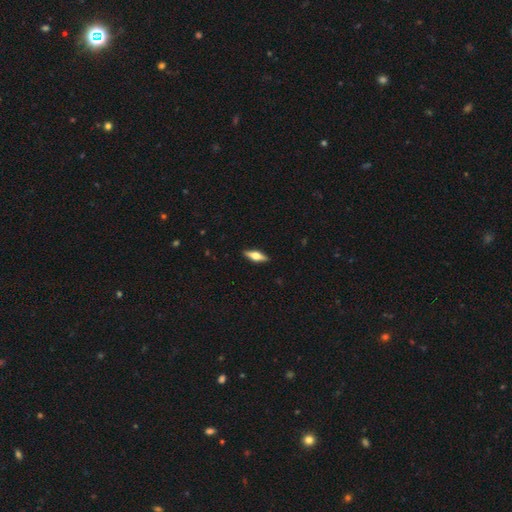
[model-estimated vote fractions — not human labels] Overall: featured or disk (52%; smooth 41%). Edge-on disk: yes (94%). Merging: none (90%).